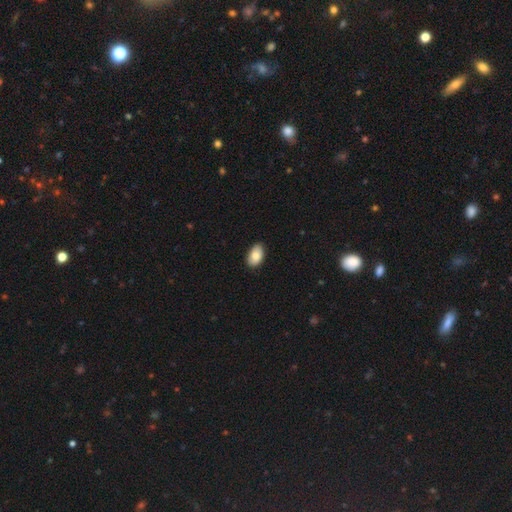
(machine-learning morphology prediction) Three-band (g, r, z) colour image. It shows a smooth galaxy with no disk features (84%) that is in between round and cigar-shaped (93%). Merging: none (85%).